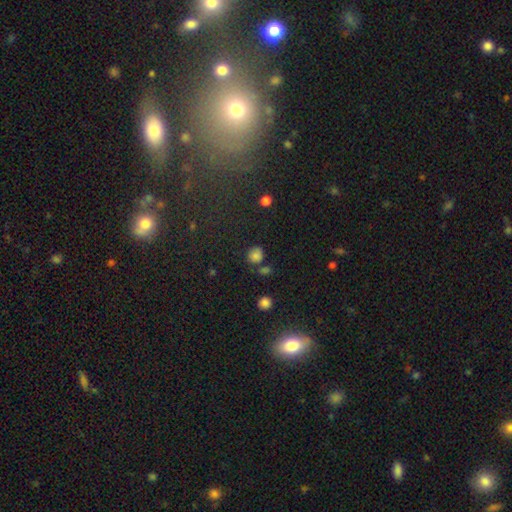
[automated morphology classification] Overall: smooth (80%). How rounded: round (83%). Merging: none (72%).